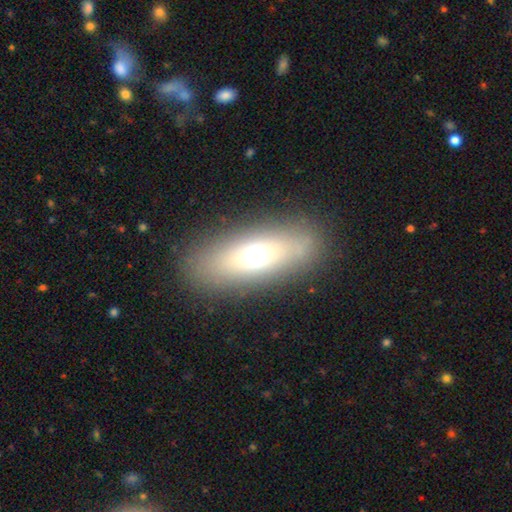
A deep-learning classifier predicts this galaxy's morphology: smooth-or-featured: smooth: 60% | featured or disk: 27% | star or artifact: 12%
  how-rounded: in between: 70% | cigar-shaped: 23% | round: 7%
  merging: none: 86% | minor disturbance: 8% | major disturbance: 4% | merger: 1%